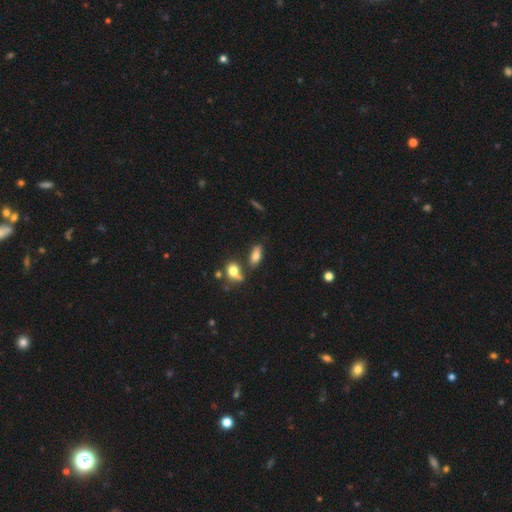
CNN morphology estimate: Smooth or featured: smooth — 77% (featured or disk — 13%)
How rounded: in between — 79% (cigar-shaped — 15%)
Merging: none — 65% (merger — 16%)